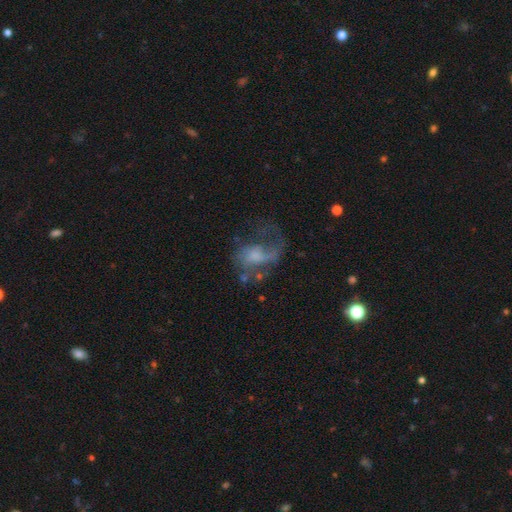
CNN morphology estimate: The model was most divided on "bulge size": none: 31%, moderate: 30%, small: 26%, large: 11%, dominant: 2%. Remaining: edge-on disk — no (97%); spiral arms — yes (70%); bar — no (66%); smooth or featured — featured or disk (63%); merging — major disturbance (47%).